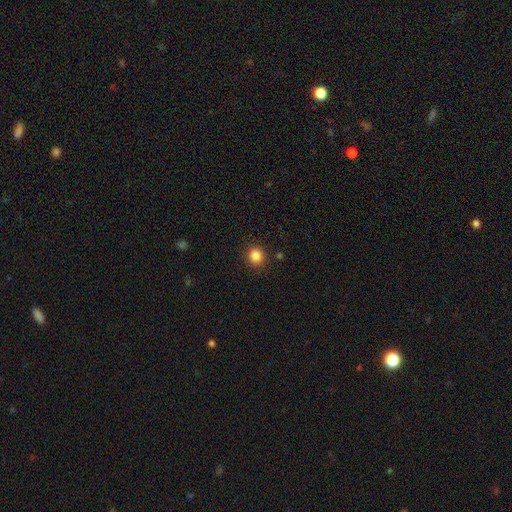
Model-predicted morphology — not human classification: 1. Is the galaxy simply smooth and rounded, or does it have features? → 85% smooth, 11% star or artifact, 4% featured or disk.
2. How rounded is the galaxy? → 86% round, 13% in between, 1% cigar-shaped.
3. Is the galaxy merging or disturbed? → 90% none, 6% minor disturbance, 2% major disturbance, 1% merger.